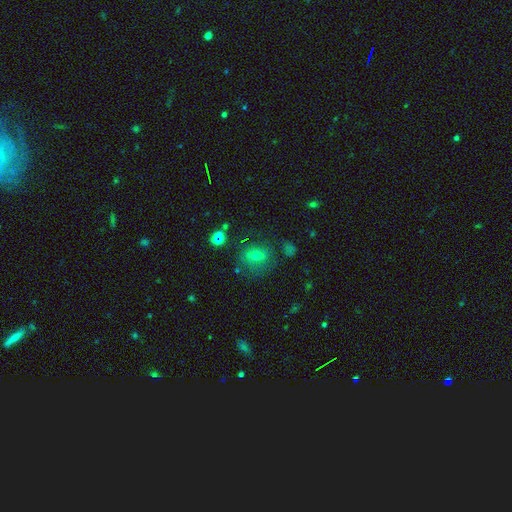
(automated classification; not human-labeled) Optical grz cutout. It shows a smooth galaxy with no disk features (55%) that is round (59%). Merging: none (66%).